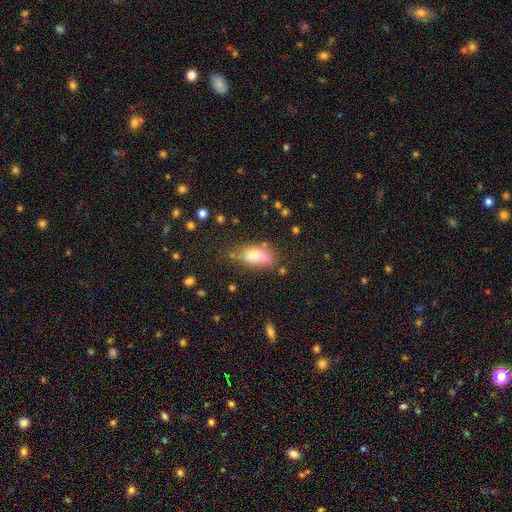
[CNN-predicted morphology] Q: Smooth or featured?
A: smooth (74%); runner-up: featured or disk (17%)
Q: How rounded?
A: in between (81%); runner-up: cigar-shaped (16%)
Q: Merging?
A: none (51%); runner-up: minor disturbance (29%)